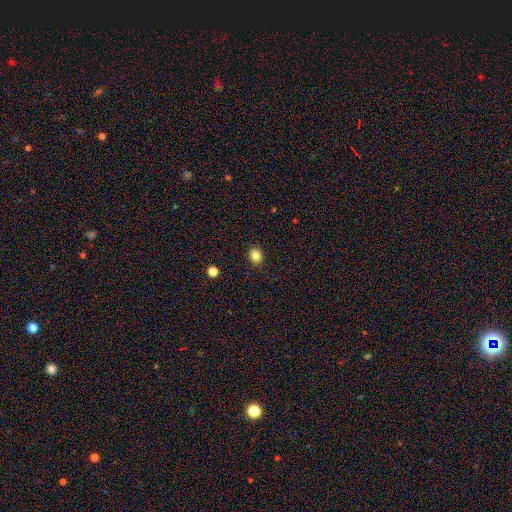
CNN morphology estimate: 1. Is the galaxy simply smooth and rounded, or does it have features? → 84% smooth, 11% star or artifact, 5% featured or disk.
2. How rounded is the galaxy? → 57% round, 43% in between, 1% cigar-shaped.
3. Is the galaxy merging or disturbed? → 90% none, 7% minor disturbance, 2% major disturbance, 1% merger.